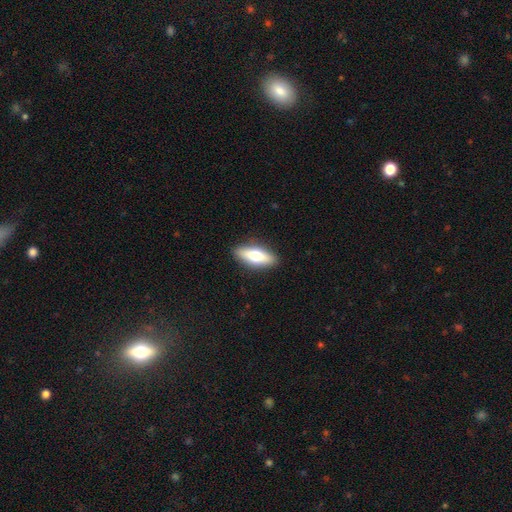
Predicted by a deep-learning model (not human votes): The model was most divided on "how rounded": in between: 64%, cigar-shaped: 33%, round: 3%. More confident: merging — none (89%); smooth or featured — smooth (63%).